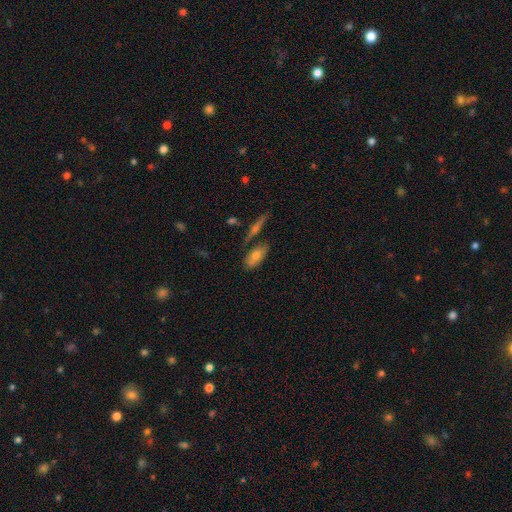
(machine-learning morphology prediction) smooth_or_featured: smooth (p=0.65) [alt: featured or disk p=0.27]
how_rounded: in between (p=0.84) [alt: cigar-shaped p=0.11]
merging: none (p=0.63) [alt: minor disturbance p=0.18]